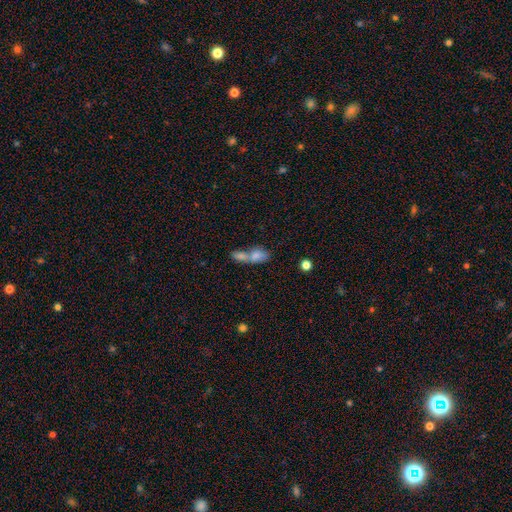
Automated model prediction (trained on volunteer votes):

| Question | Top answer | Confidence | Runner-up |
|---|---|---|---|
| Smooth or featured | smooth | 75% | featured or disk (16%) |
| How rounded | in between | 77% | round (15%) |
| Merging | merger | 72% | none (18%) |